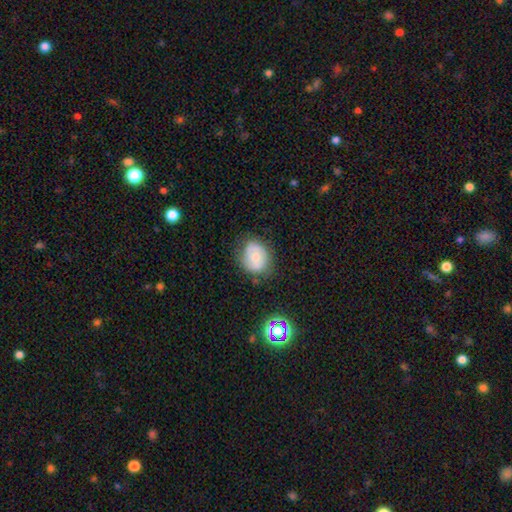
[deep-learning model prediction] Morphology: type=smooth (52%); roundness=round (56%); merging=none (67%).